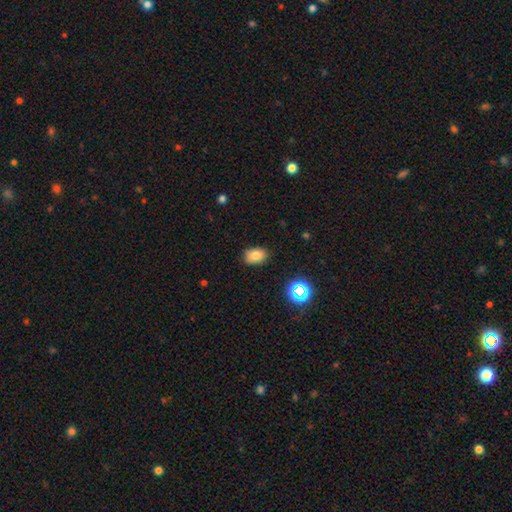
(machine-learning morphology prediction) type=smooth (79%); roundness=in between (80%); merging=none (82%).